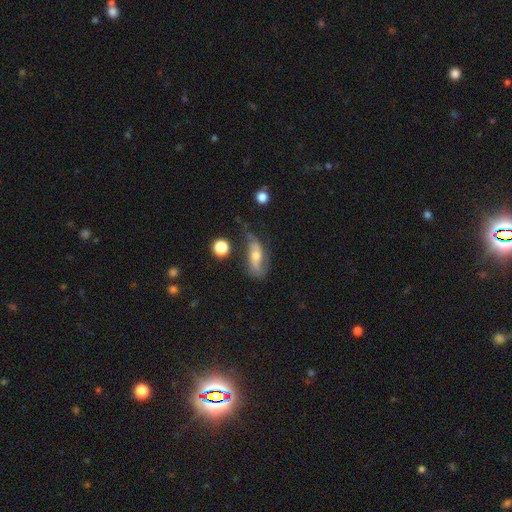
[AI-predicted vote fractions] smooth-or-featured: featured or disk: 60% | smooth: 32% | star or artifact: 8%
  disk-edge-on: no: 80% | yes: 20%
  merging: none: 49% | minor disturbance: 30% | major disturbance: 16% | merger: 4%